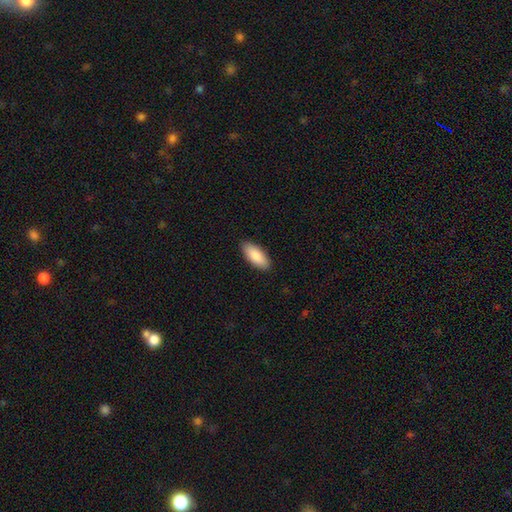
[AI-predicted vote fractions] Smooth or featured? Predicted: smooth (p=0.89). How rounded? Predicted: in between (p=0.84). Merging? Predicted: none (p=0.90).